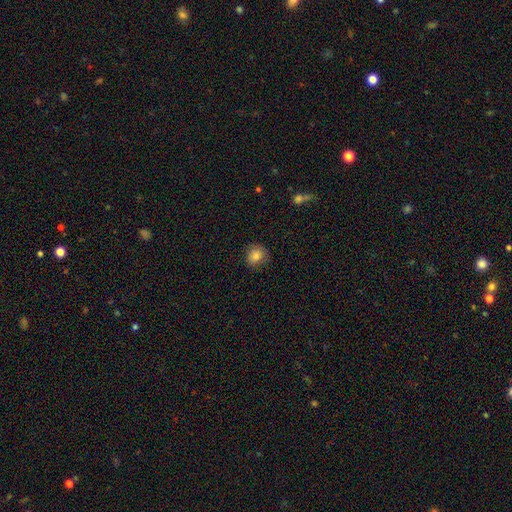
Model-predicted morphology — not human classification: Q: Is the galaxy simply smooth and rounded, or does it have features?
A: smooth — 83%.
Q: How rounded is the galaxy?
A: round — 80%.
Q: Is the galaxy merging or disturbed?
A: none — 82%.